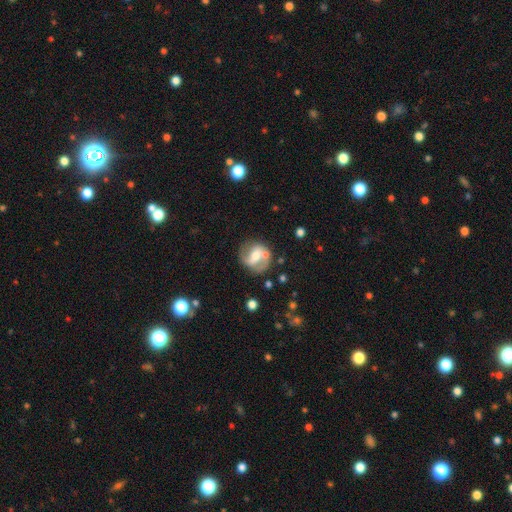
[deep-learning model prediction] Overall: featured or disk (66%; smooth 27%). Edge-on disk: no (96%). Bar: strong (39%; weak 37%). Spiral arms: yes (70%; no 30%). Bulge size: moderate (61%; small 27%). Merging: none (64%).